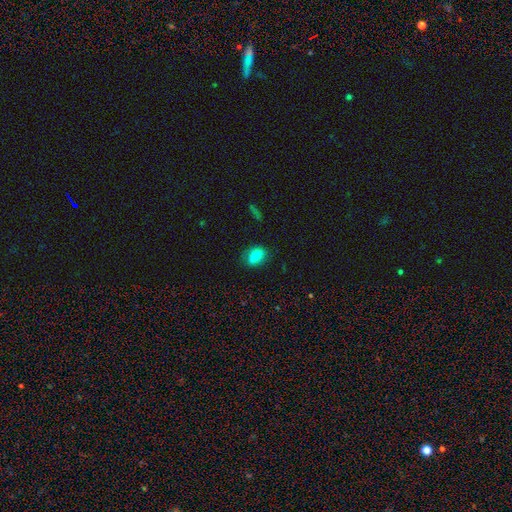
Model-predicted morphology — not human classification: Q: Smooth or featured?
A: smooth (77%); runner-up: featured or disk (14%)
Q: How rounded?
A: in between (75%); runner-up: round (22%)
Q: Merging?
A: none (78%); runner-up: minor disturbance (16%)